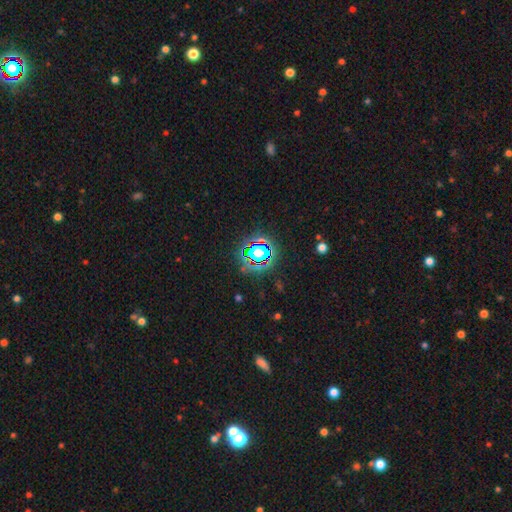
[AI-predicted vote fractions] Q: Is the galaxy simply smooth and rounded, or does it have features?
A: star or artifact — 63%.